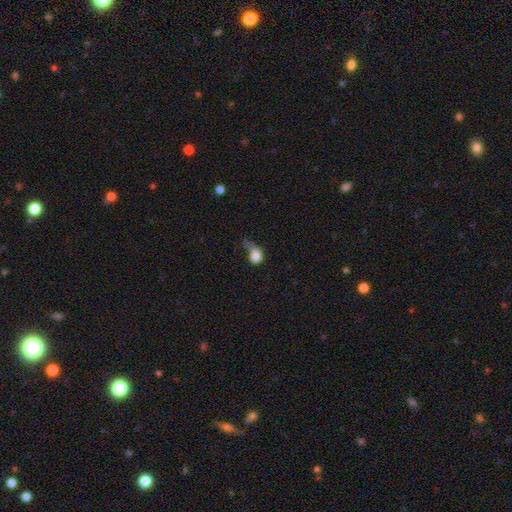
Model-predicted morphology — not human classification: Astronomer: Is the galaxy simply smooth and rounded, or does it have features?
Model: smooth — 75%.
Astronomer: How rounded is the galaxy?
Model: round — 53% (runner-up: in between, 44%).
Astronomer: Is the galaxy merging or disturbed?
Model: major disturbance — 48% (runner-up: minor disturbance, 25%).